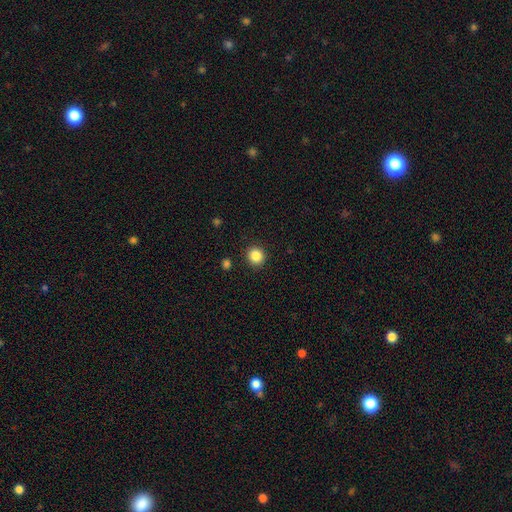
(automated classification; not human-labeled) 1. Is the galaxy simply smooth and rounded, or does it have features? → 86% smooth, 10% star or artifact, 4% featured or disk.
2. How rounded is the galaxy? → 91% round, 8% in between, 1% cigar-shaped.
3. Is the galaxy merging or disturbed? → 91% none, 6% minor disturbance, 2% major disturbance, 1% merger.